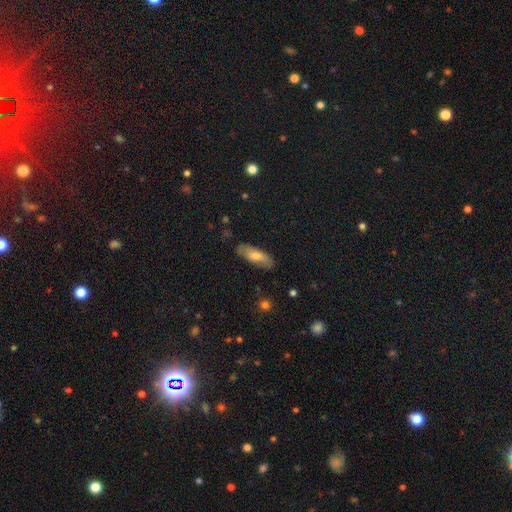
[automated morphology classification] Smooth or featured?
  - smooth: 69% *
  - featured or disk: 25%
  - star or artifact: 6%
How rounded?
  - in between: 62% *
  - cigar-shaped: 36%
  - round: 2%
Merging?
  - none: 81% *
  - minor disturbance: 14%
  - major disturbance: 3%
  - merger: 1%